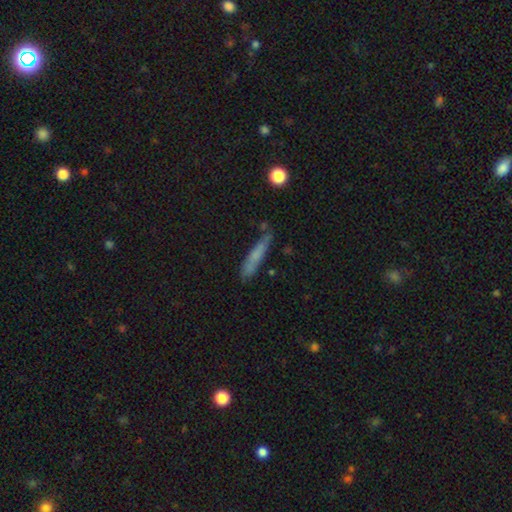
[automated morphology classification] Smooth or featured?
  - smooth: 66% *
  - featured or disk: 25%
  - star or artifact: 8%
How rounded?
  - cigar-shaped: 90% *
  - in between: 8%
  - round: 2%
Merging?
  - none: 72% *
  - minor disturbance: 19%
  - major disturbance: 5%
  - merger: 5%